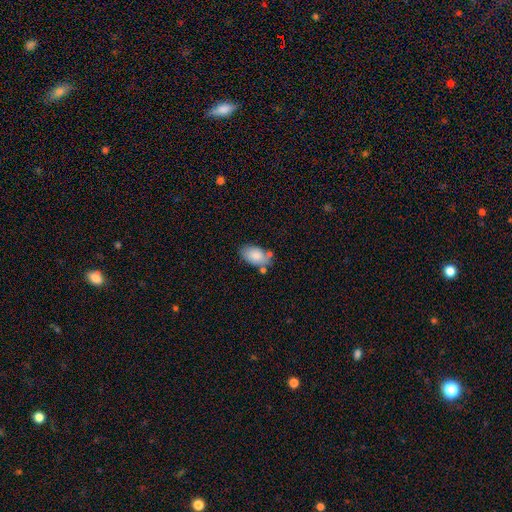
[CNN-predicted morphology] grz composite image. It shows a smooth galaxy with no disk features (83%) that is in between round and cigar-shaped (92%). Merging: none (60%).